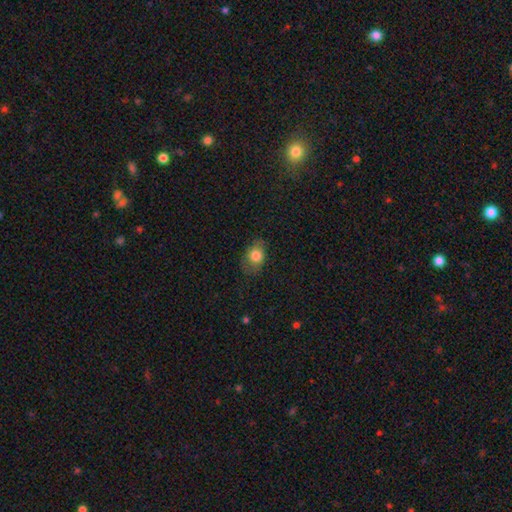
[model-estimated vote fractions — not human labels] The model was most divided on "how rounded": in between: 72%, round: 26%, cigar-shaped: 2%. More confident: smooth or featured — smooth (78%); merging — none (70%).